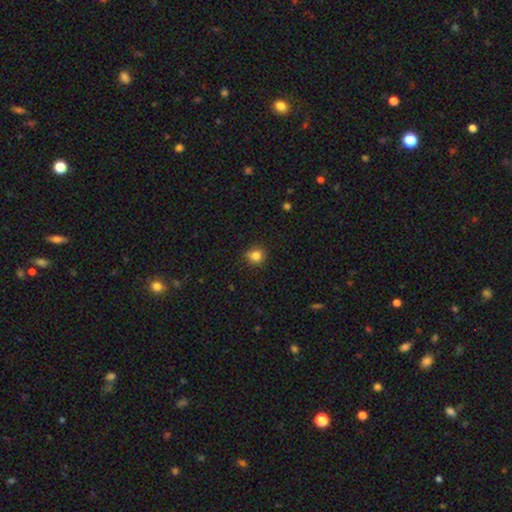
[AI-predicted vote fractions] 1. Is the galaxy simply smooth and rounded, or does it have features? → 83% smooth, 12% star or artifact, 5% featured or disk.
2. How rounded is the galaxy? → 90% round, 9% in between, 1% cigar-shaped.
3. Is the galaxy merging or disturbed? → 84% none, 12% minor disturbance, 2% major disturbance, 1% merger.